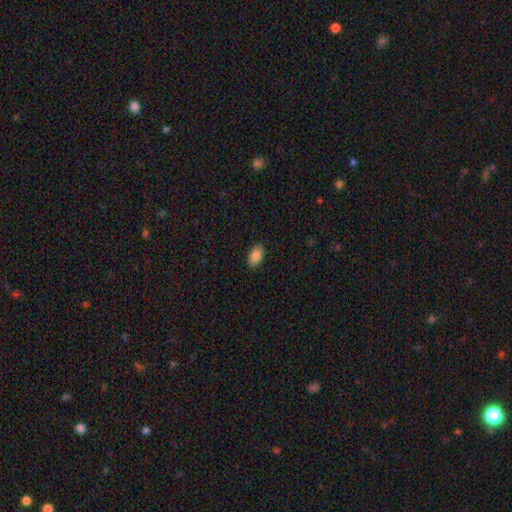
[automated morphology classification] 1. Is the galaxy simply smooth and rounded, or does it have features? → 86% smooth, 7% star or artifact, 7% featured or disk.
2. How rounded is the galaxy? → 94% in between, 5% round, 2% cigar-shaped.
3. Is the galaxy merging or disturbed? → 88% none, 9% minor disturbance, 2% major disturbance, 1% merger.